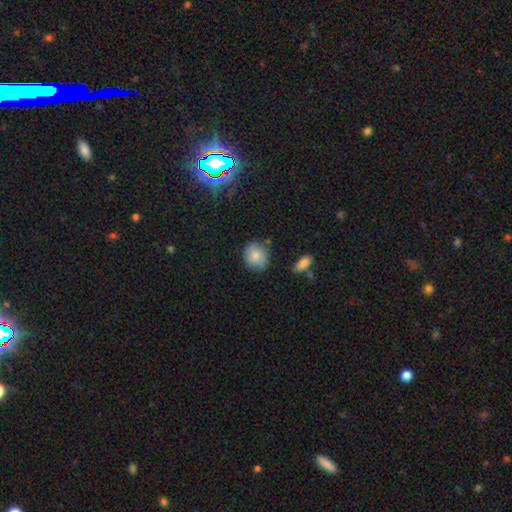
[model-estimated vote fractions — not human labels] The model was most divided on "merging": none: 72%, minor disturbance: 21%, major disturbance: 4%, merger: 4%. More confident: how rounded — round (82%); smooth or featured — smooth (81%).